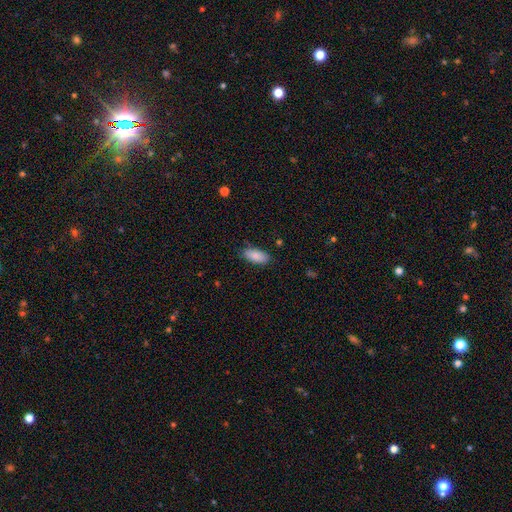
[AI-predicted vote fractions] Smooth or featured: smooth — 88% (star or artifact — 6%)
How rounded: in between — 89% (cigar-shaped — 9%)
Merging: none — 82% (minor disturbance — 14%)